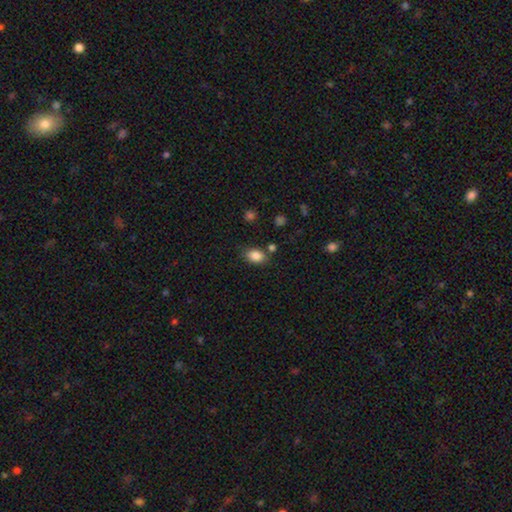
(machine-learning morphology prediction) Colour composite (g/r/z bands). It shows a smooth galaxy with no disk features (86%) that is in between round and cigar-shaped (79%). Merging: none (76%).